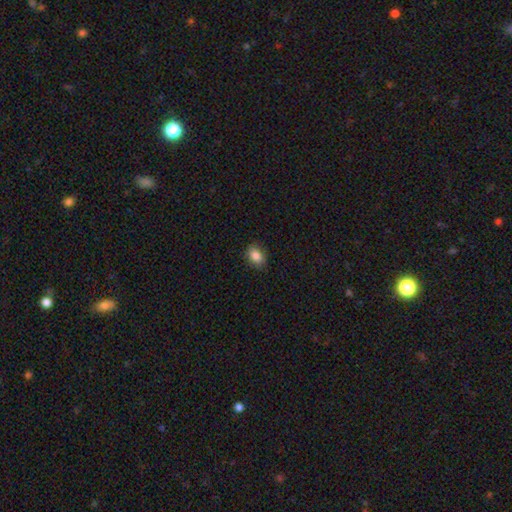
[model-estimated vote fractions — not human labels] The model was most divided on "how rounded": in between: 69%, round: 30%, cigar-shaped: 1%. More confident: merging — none (86%); smooth or featured — smooth (85%).